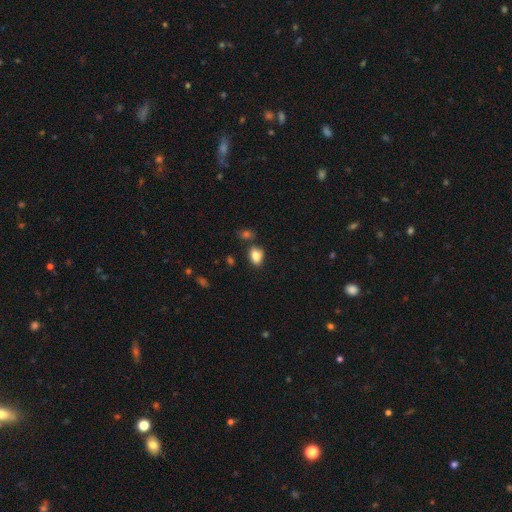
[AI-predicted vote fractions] Smooth or featured? Predicted: smooth (p=0.86). How rounded? Predicted: in between (p=0.81). Merging? Predicted: none (p=0.70).